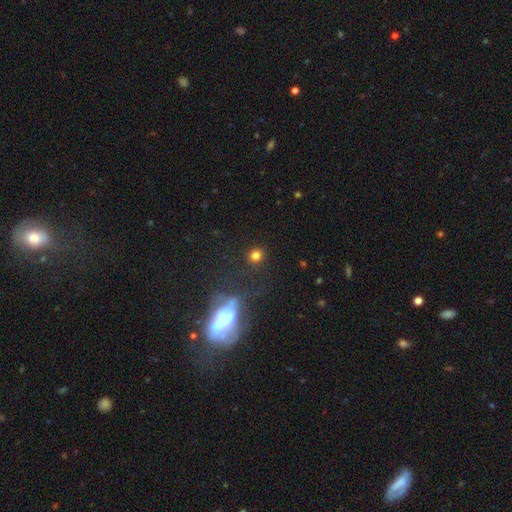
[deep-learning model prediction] Overall: smooth (74%). How rounded: round (86%). Merging: none (83%).